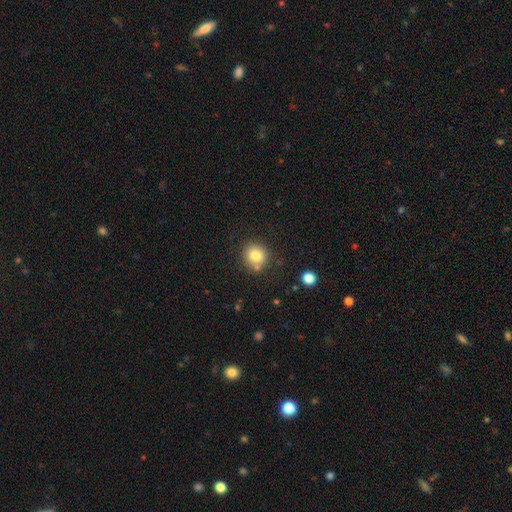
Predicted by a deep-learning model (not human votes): Smooth or featured: smooth — 81% (star or artifact — 11%)
How rounded: round — 90% (in between — 9%)
Merging: none — 76% (minor disturbance — 11%)